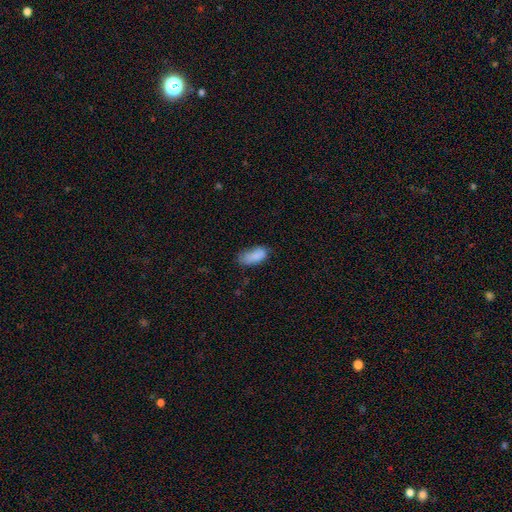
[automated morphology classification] Overall: smooth (84%). How rounded: in between (89%). Merging: none (52%; minor disturbance 34%).